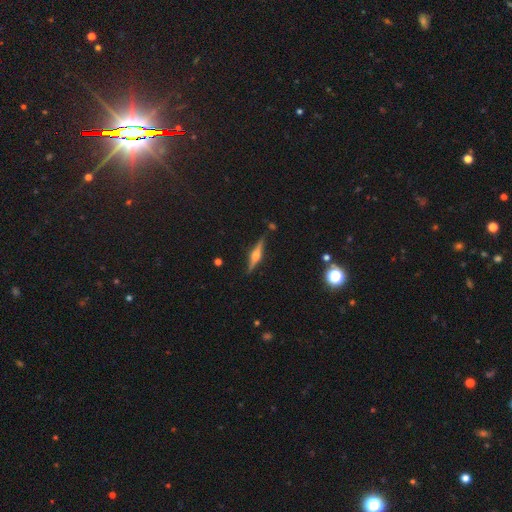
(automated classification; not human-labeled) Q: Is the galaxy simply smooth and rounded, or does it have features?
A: featured or disk — 76%.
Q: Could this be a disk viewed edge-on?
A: yes — 97%.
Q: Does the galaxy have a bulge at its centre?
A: rounded — 93%.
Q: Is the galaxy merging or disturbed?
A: none — 86%.